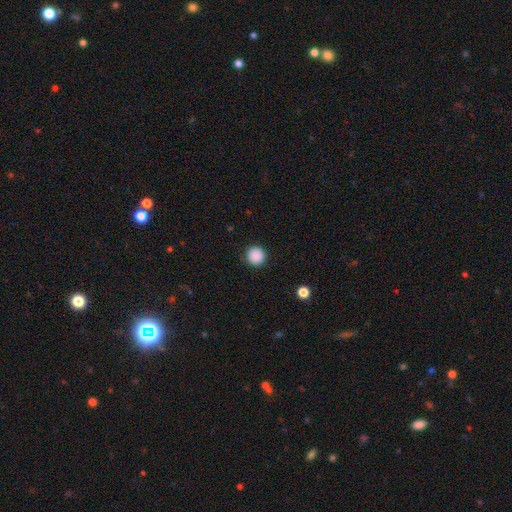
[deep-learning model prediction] smooth_or_featured: smooth (p=0.89) [alt: star or artifact p=0.09]
how_rounded: round (p=0.95) [alt: in between p=0.04]
merging: none (p=0.91) [alt: minor disturbance p=0.06]